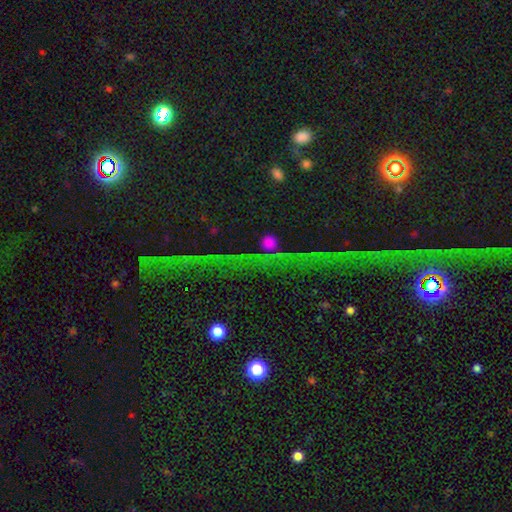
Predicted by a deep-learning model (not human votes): smooth_or_featured: star or artifact (p=0.79) [alt: featured or disk p=0.11]